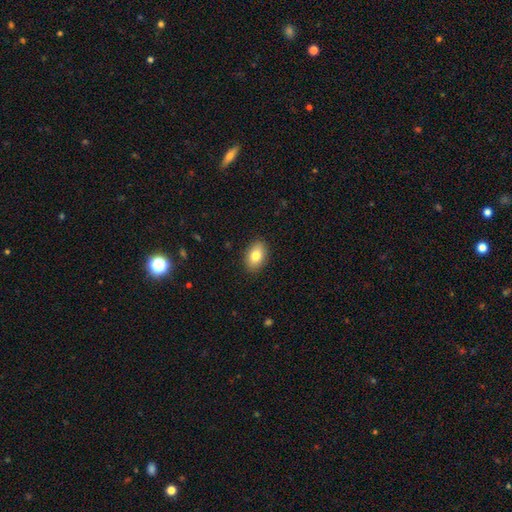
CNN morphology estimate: smooth_or_featured: smooth (p=0.81) [alt: featured or disk p=0.11]
how_rounded: in between (p=0.88) [alt: round p=0.10]
merging: none (p=0.89) [alt: minor disturbance p=0.08]